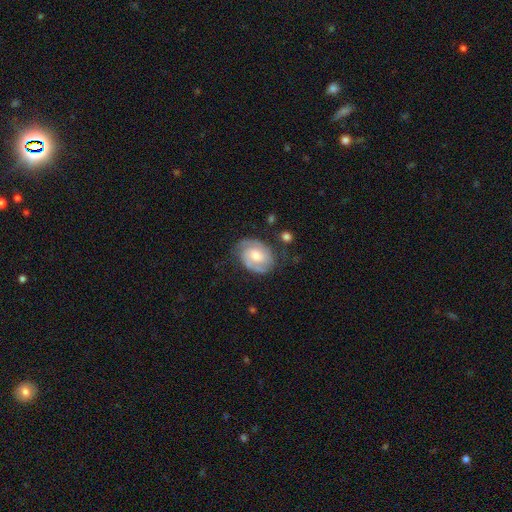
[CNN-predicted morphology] Smooth or featured? Predicted: featured or disk (p=0.77). Edge-on disk? Predicted: no (p=0.98). Bar? Predicted: no (p=0.49). Spiral arms? Predicted: yes (p=0.94). Spiral winding? Predicted: tight (p=0.48). Spiral arm count? Predicted: 2 (p=0.80). Bulge size? Predicted: moderate (p=0.55). Merging? Predicted: none (p=0.71).